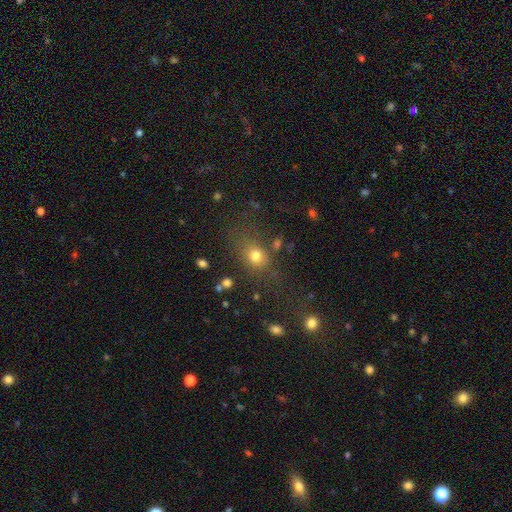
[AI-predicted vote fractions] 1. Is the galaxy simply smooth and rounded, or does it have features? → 74% smooth, 16% star or artifact, 10% featured or disk.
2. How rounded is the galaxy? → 49% round (tied), 49% in between (tied), 2% cigar-shaped.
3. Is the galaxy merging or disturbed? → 66% none, 17% minor disturbance, 11% major disturbance, 7% merger.